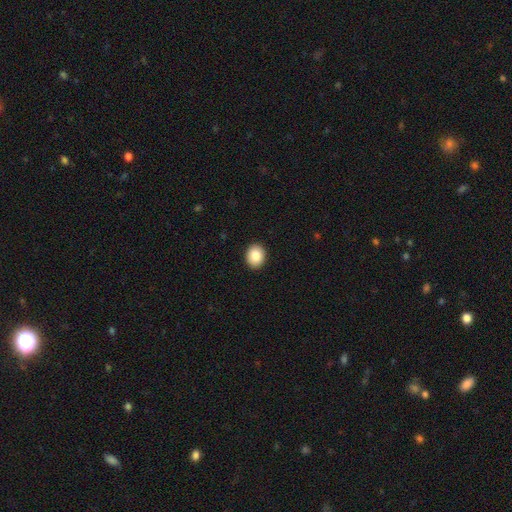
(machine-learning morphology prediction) Overall: smooth (85%). How rounded: round (54%; in between 46%). Merging: none (92%).